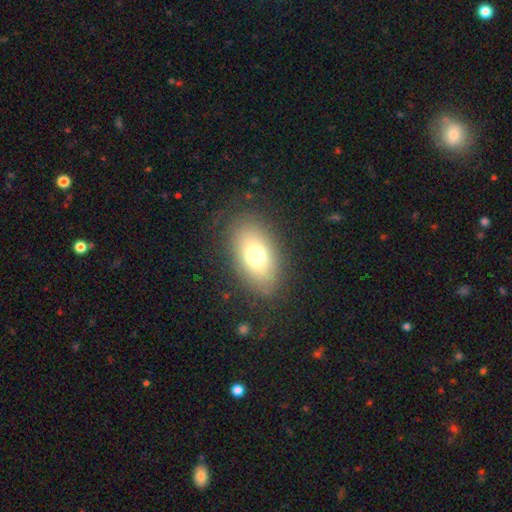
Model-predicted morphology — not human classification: Smooth or featured: smooth — 69% (featured or disk — 19%)
How rounded: in between — 84% (round — 13%)
Merging: none — 81% (minor disturbance — 11%)